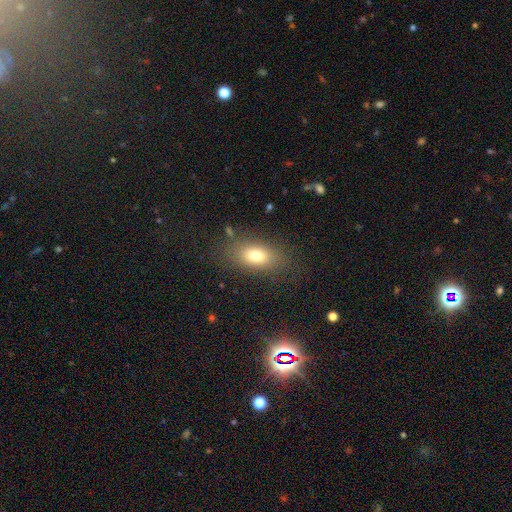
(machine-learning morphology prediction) Smooth or featured? Predicted: smooth (p=0.75). How rounded? Predicted: in between (p=0.83). Merging? Predicted: none (p=0.80).